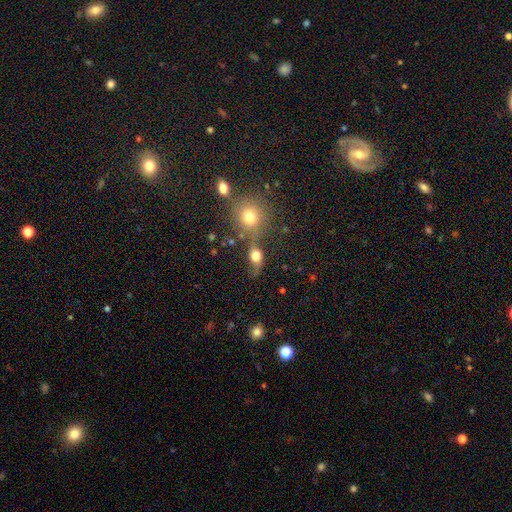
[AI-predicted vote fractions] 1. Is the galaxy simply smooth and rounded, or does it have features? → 61% smooth, 26% featured or disk, 13% star or artifact.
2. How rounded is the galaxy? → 51% in between, 45% round, 4% cigar-shaped.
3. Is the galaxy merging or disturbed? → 43% none, 20% merger, 20% minor disturbance, 17% major disturbance.